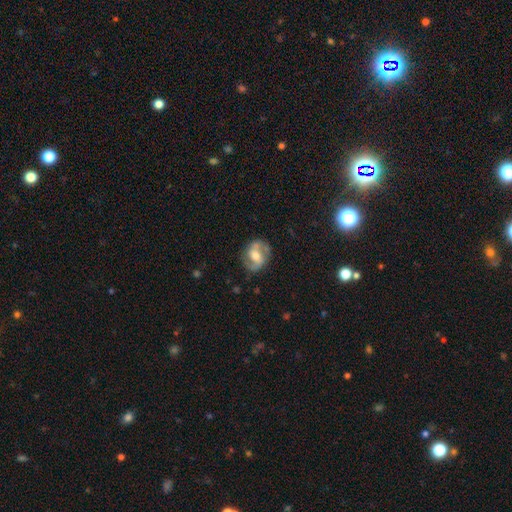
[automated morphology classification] type=featured or disk (74%); edge-on=no (97%); bar=weak (43%); spiral arms=yes (86%); winding=medium (49%); arm count=2 (89%); bulge=moderate (65%); merging=none (78%).